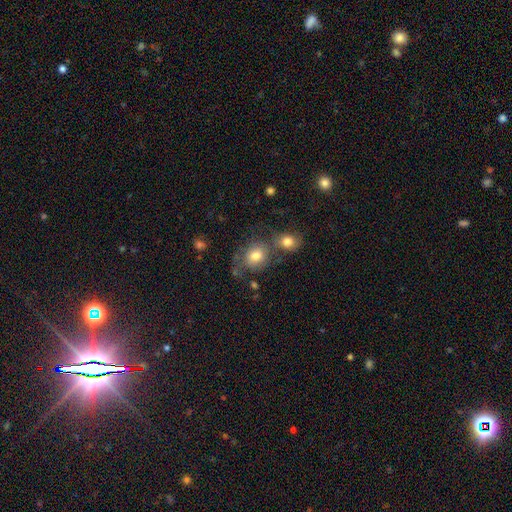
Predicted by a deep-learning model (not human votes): This is likely a smooth galaxy (76%). How rounded: likely round (61%). Merging: marginally none (44%).